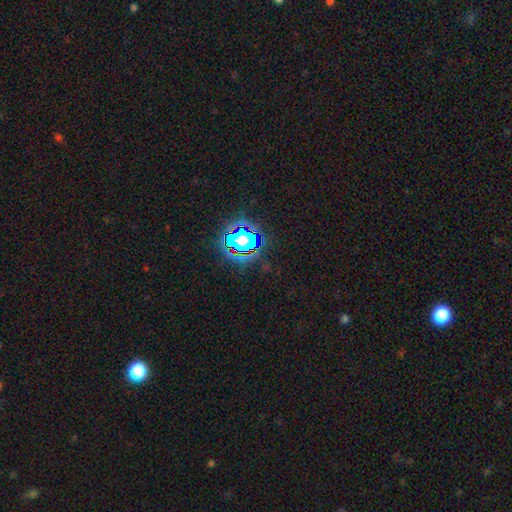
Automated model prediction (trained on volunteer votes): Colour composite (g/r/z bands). It shows a star or artifact, not a galaxy (80%).